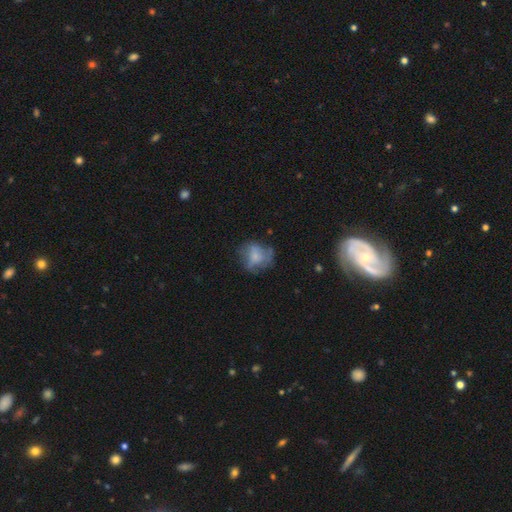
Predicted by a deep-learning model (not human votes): This is possibly a smooth galaxy (55%). How rounded: likely round (61%). Merging: possibly none (51%).